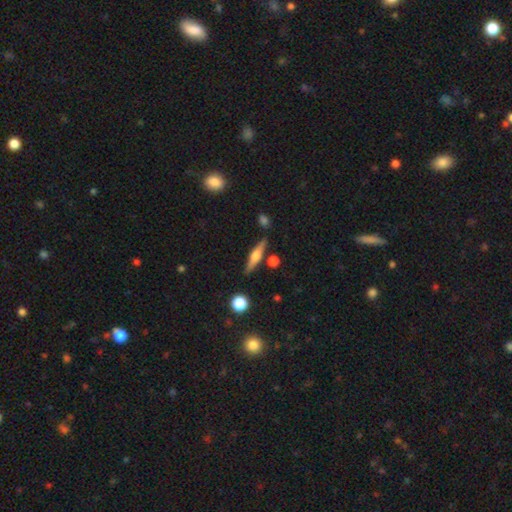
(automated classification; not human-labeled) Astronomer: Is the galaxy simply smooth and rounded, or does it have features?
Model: featured or disk — 59% (runner-up: smooth, 34%).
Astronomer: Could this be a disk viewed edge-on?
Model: yes — 96%.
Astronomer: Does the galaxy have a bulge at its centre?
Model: rounded — 86%.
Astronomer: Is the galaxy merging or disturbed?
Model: none — 84%.